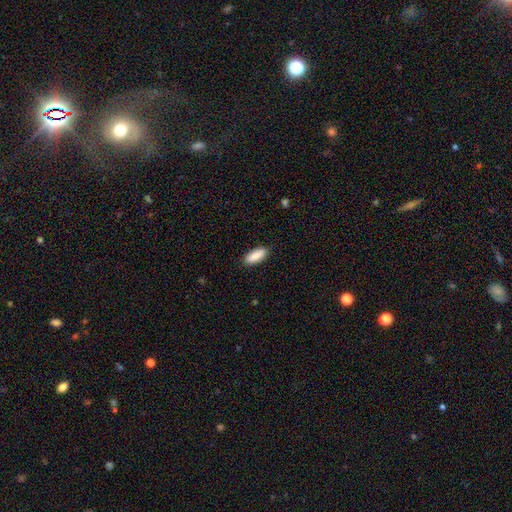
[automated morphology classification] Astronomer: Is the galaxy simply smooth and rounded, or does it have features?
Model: smooth — 88%.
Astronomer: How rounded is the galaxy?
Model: in between — 72%.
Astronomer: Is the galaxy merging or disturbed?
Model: none — 89%.